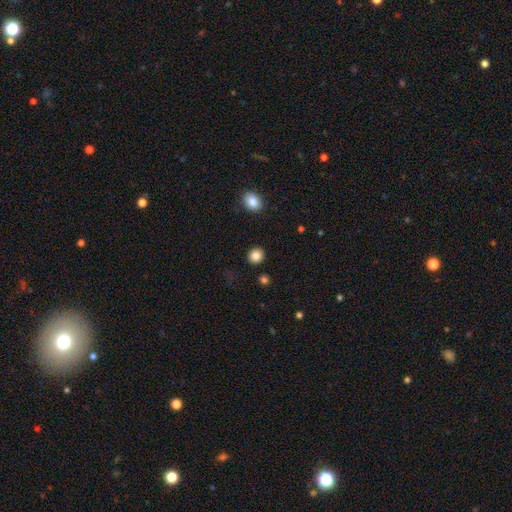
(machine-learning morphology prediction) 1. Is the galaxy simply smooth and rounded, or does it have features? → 85% smooth, 11% star or artifact, 5% featured or disk.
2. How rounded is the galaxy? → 86% round, 13% in between, 1% cigar-shaped.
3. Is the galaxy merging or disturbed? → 91% none, 6% minor disturbance, 2% major disturbance, 2% merger.